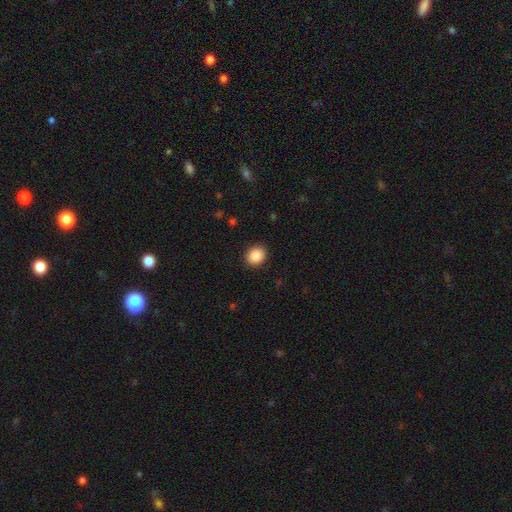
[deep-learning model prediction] This appears to be a smooth galaxy with no disk features (88%) that is round (62%). Merging: none (89%).